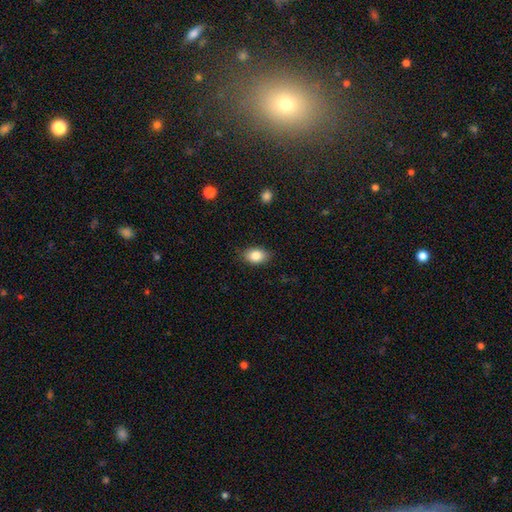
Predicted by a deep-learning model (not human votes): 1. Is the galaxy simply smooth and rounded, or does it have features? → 84% smooth, 8% star or artifact, 8% featured or disk.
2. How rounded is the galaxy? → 85% in between, 14% round, 1% cigar-shaped.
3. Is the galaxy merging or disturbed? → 83% none, 13% minor disturbance, 3% major disturbance, 1% merger.